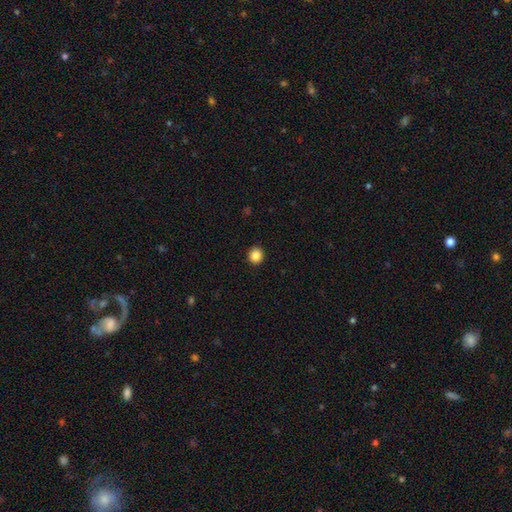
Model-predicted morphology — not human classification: Smooth or featured: smooth — 86% (star or artifact — 10%)
How rounded: round — 89% (in between — 10%)
Merging: none — 92% (minor disturbance — 5%)